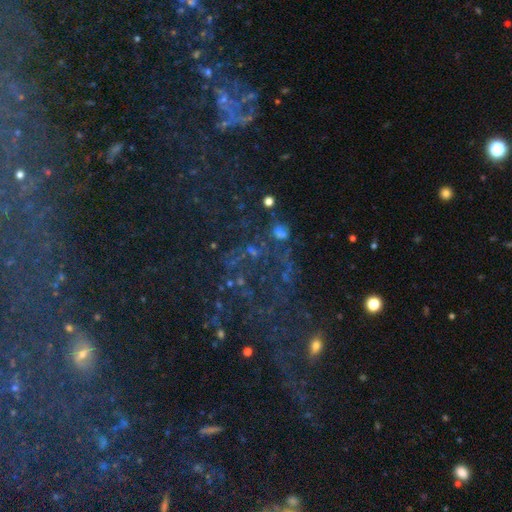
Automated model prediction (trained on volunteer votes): star or artifact 63%, featured or disk 22%, smooth 15%.